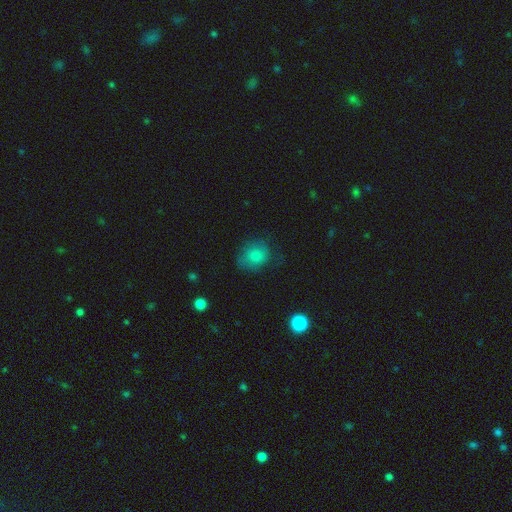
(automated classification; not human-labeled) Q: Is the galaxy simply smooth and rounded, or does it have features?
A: smooth — 76%.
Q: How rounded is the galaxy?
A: round — 65%.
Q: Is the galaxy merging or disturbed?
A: none — 64%.